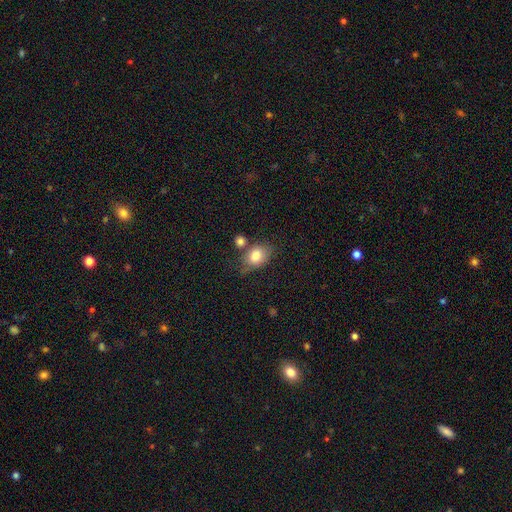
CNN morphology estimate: Smooth or featured? Predicted: smooth (p=0.80). How rounded? Predicted: in between (p=0.69). Merging? Predicted: none (p=0.53).